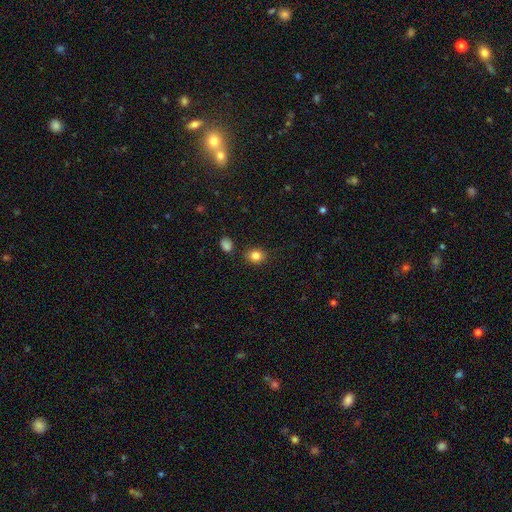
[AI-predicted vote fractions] Smooth or featured?
  - smooth: 84% *
  - star or artifact: 10%
  - featured or disk: 6%
How rounded?
  - round: 54% *
  - in between: 45%
  - cigar-shaped: 1%
Merging?
  - none: 84% *
  - minor disturbance: 10%
  - merger: 4%
  - major disturbance: 3%